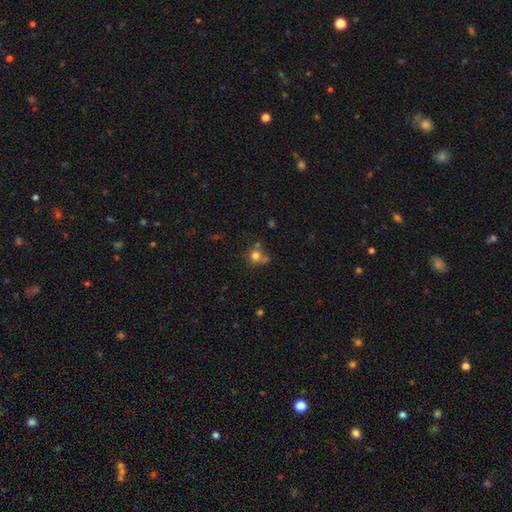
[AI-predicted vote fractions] Smooth or featured: smooth — 73% (star or artifact — 15%)
How rounded: round — 83% (in between — 16%)
Merging: none — 50% (merger — 28%)